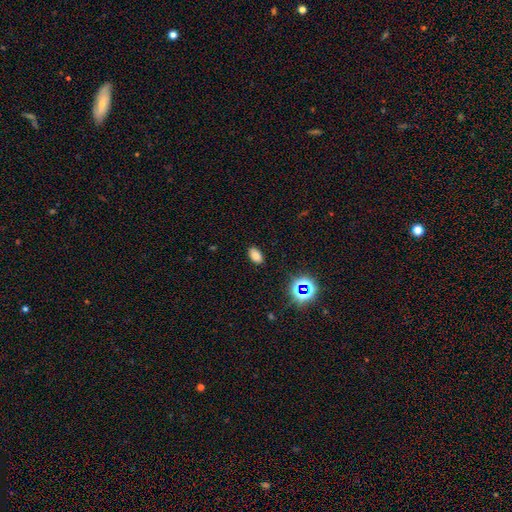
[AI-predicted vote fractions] Overall: smooth (78%). How rounded: in between (91%). Merging: none (87%).